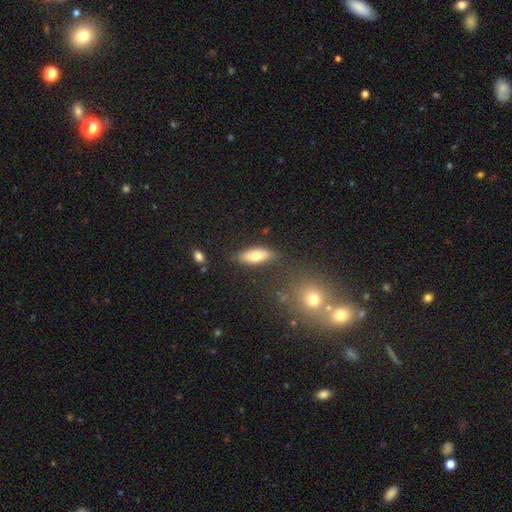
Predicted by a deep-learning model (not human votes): Smooth or featured: smooth — 75% (featured or disk — 18%)
How rounded: in between — 75% (cigar-shaped — 22%)
Merging: none — 77% (minor disturbance — 15%)